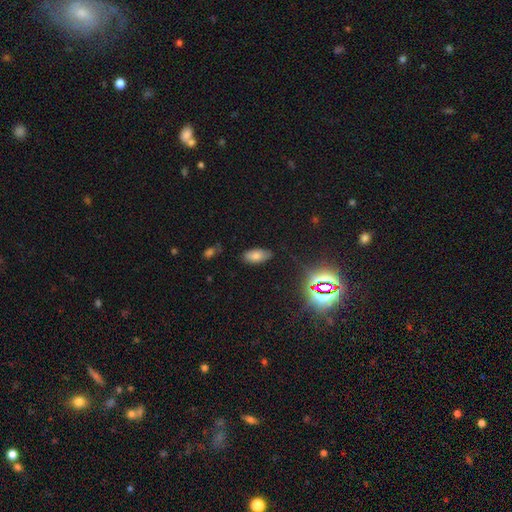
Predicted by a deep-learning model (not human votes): smooth_or_featured: smooth (p=0.72) [alt: star or artifact p=0.17]
how_rounded: in between (p=0.93) [alt: cigar-shaped p=0.04]
merging: none (p=0.78) [alt: minor disturbance p=0.17]